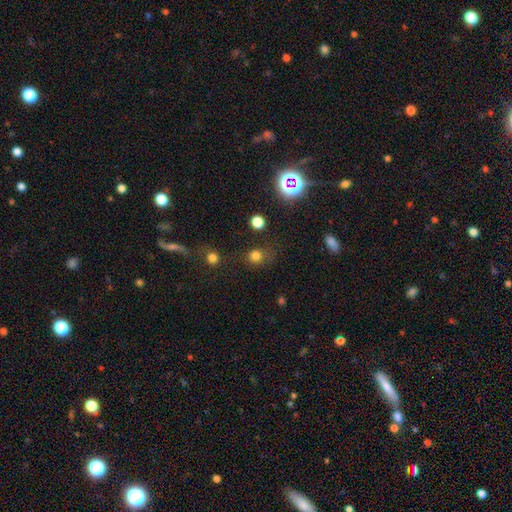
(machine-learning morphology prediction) A smooth galaxy with no disk features (75%) that is round (78%). Merging: none (68%).